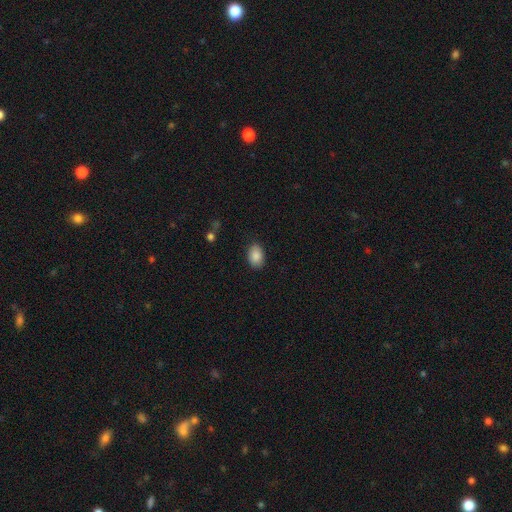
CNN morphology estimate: Smooth or featured?
  - smooth: 87% *
  - star or artifact: 7%
  - featured or disk: 5%
How rounded?
  - in between: 83% *
  - round: 15%
  - cigar-shaped: 1%
Merging?
  - none: 86% *
  - minor disturbance: 10%
  - major disturbance: 2%
  - merger: 1%